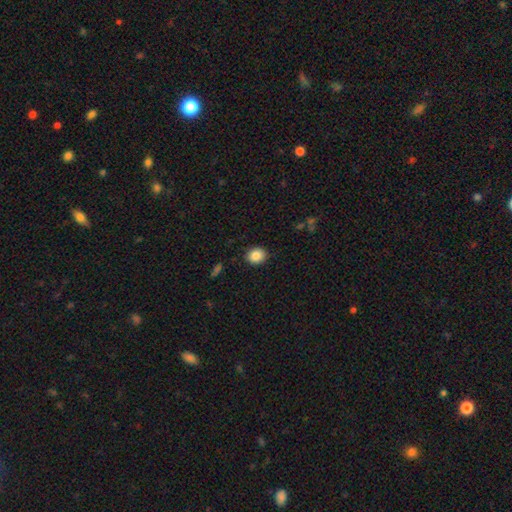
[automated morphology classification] type=smooth (86%); roundness=round (60%); merging=none (89%).